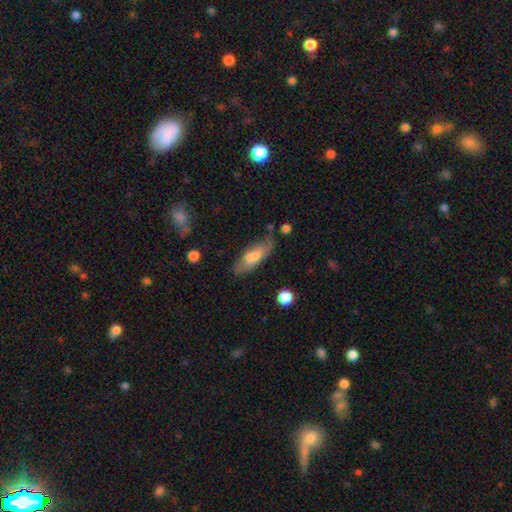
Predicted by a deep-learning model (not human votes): This appears to be a smooth galaxy with no disk features (66%) that is in between round and cigar-shaped (59%). Merging: none (58%).